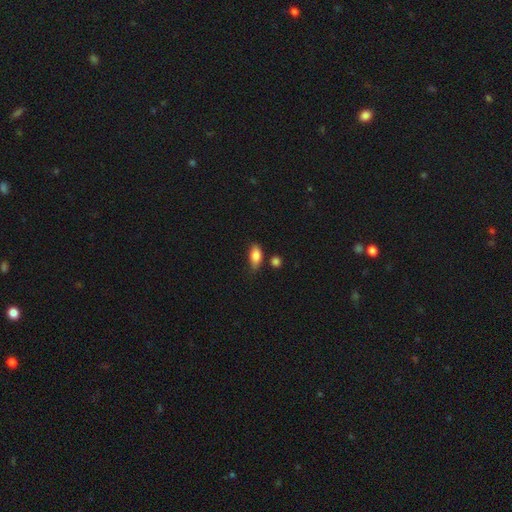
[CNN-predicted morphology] This is clearly a smooth galaxy (84%). How rounded: clearly in between (87%). Merging: likely none (63%).